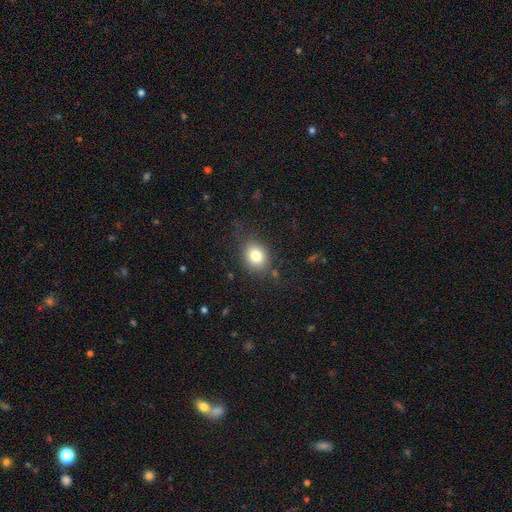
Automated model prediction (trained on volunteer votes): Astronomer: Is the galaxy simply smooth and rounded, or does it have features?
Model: smooth — 79%.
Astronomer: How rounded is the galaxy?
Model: round — 57% (runner-up: in between, 42%).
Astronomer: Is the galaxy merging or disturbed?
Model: none — 78%.